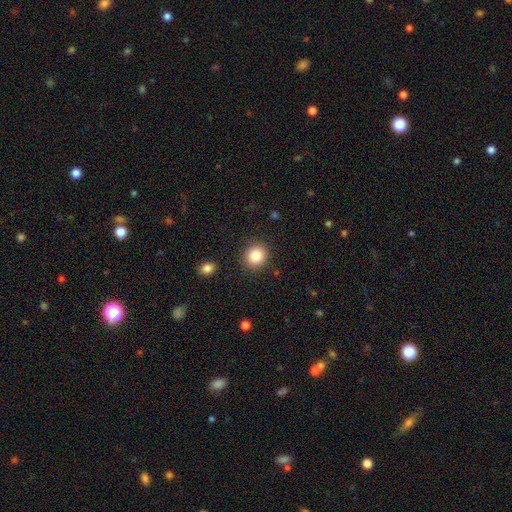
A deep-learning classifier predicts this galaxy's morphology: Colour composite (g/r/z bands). It shows a smooth galaxy with no disk features (84%) that is round (84%). Merging: none (89%).